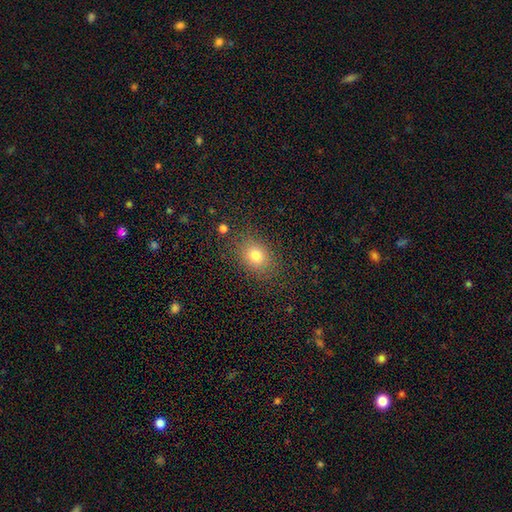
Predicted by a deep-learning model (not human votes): The model was most divided on "how rounded": in between: 59%, round: 39%, cigar-shaped: 1%. More confident: merging — none (82%); smooth or featured — smooth (77%).